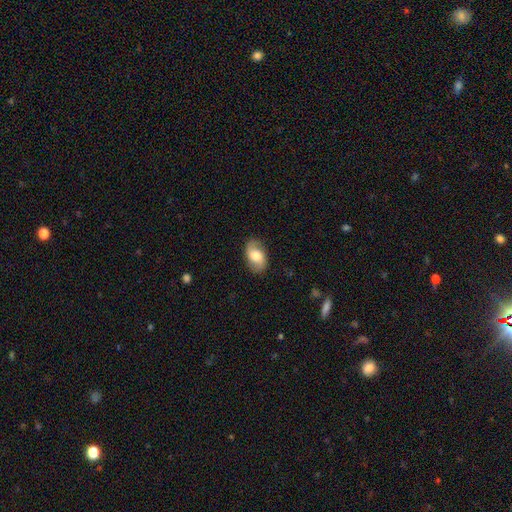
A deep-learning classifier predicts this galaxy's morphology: smooth 52%, featured or disk 40%, star or artifact 7%. Down the decision tree: how rounded — in between (89%); merging — none (82%).